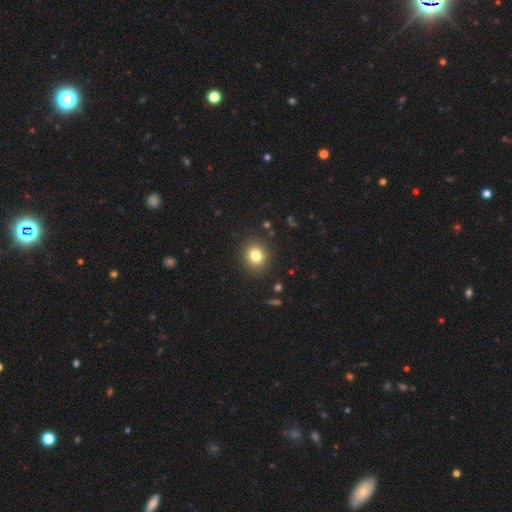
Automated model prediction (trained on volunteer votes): A smooth galaxy with no disk features (80%) that is round (77%).

Vote fractions:
- Smooth or featured? smooth: 80% / star or artifact: 12% / featured or disk: 8%
- How rounded? round: 77% / in between: 22% / cigar-shaped: 1%
- Merging? none: 89% / minor disturbance: 7% / major disturbance: 2% / merger: 1%